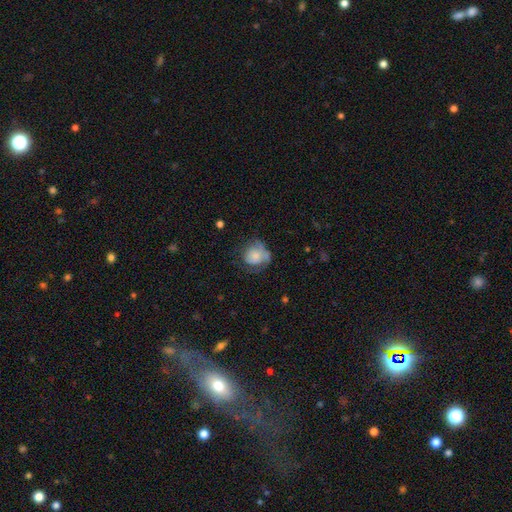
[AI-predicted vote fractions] Smooth or featured? Predicted: smooth (p=0.54). How rounded? Predicted: round (p=0.76). Merging? Predicted: none (p=0.44).